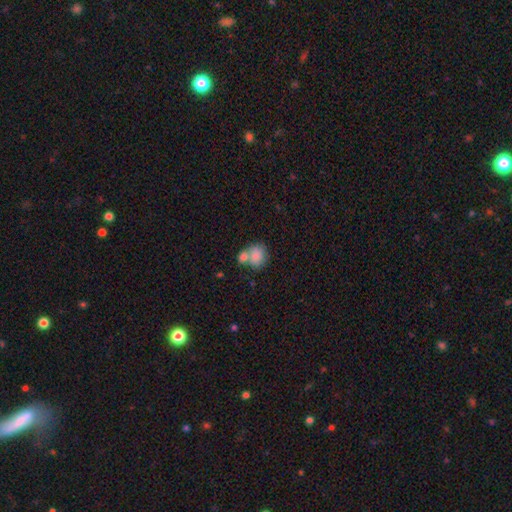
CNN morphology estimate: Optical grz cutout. It shows a smooth galaxy with no disk features (82%) that is round (57%). Merging: merger (51%).